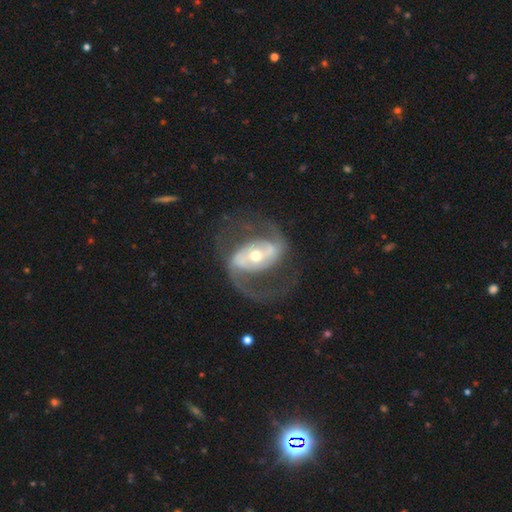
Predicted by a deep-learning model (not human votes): Overall: featured or disk (90%). Edge-on disk: no (97%). Bar: strong (42%; weak 32%). Spiral arms: yes (95%). Spiral arm count: 2 (92%). Spiral winding: medium (54%; loose 32%). Bulge size: moderate (58%; small 34%). Merging: none (70%).